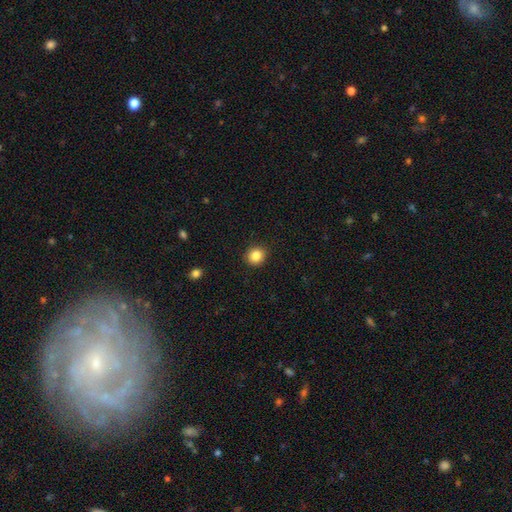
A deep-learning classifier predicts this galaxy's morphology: Smooth or featured? smooth (85%)
How rounded? round (85%)
Merging? none (91%)